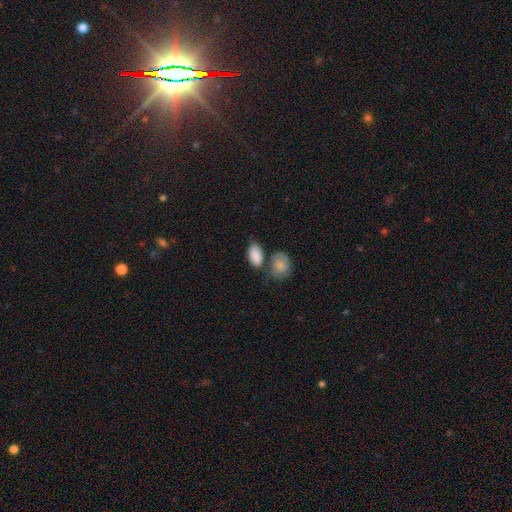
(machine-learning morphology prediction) Smooth or featured? smooth (86%)
How rounded? in between (91%)
Merging? none (48%)